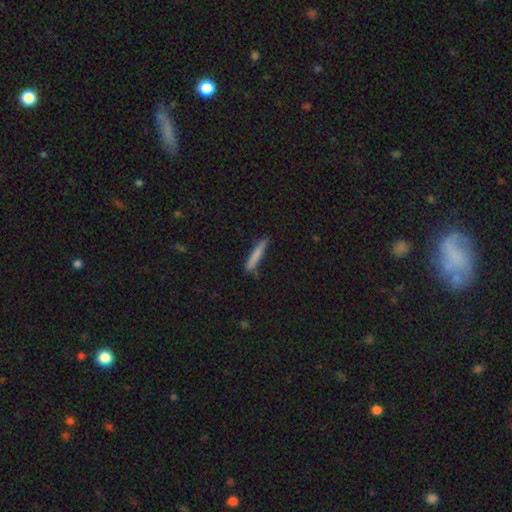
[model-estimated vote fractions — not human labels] A smooth galaxy with no disk features (78%) that is cigar-shaped (93%). Merging: none (79%).